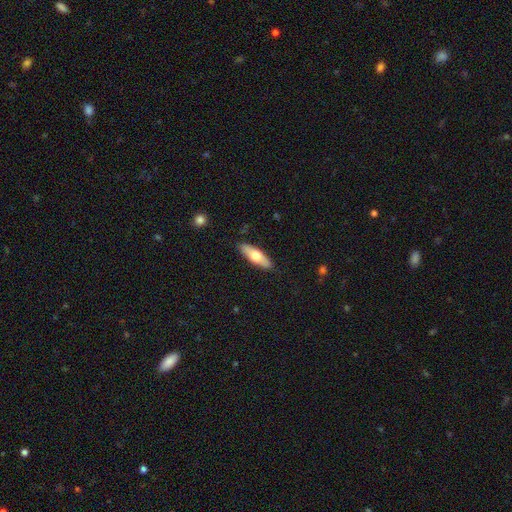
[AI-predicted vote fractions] smooth 60%, featured or disk 35%, star or artifact 5%. Down the decision tree: how rounded — in between (52%); merging — none (88%).